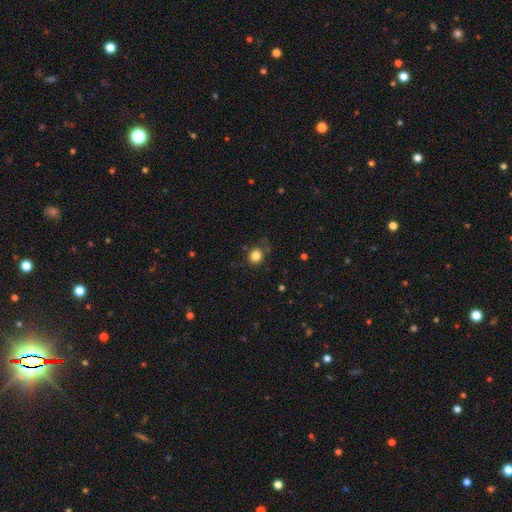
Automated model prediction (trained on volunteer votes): This appears to be a smooth galaxy with no disk features (83%) that is round (80%). Merging: none (77%).